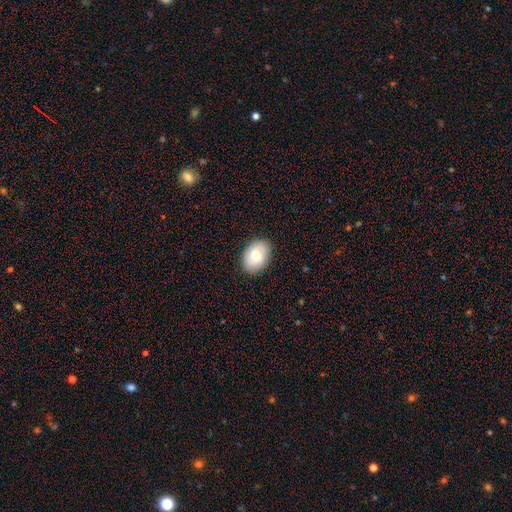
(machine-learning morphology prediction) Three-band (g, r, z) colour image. It shows a smooth galaxy with no disk features (75%) that is in between round and cigar-shaped (84%). Merging: none (86%).